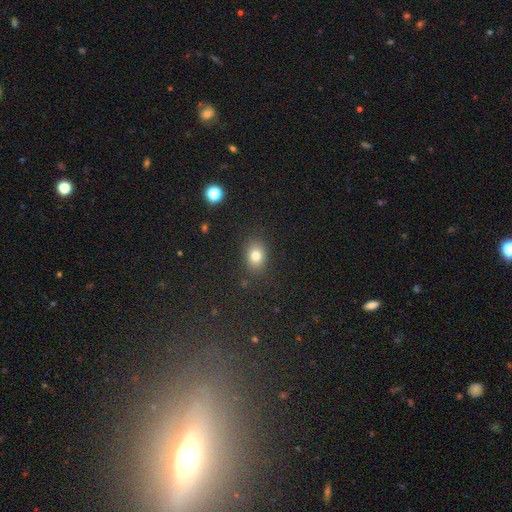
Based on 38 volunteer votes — smooth 89%, star or artifact 8%, featured or disk 3%. Down the decision tree: how rounded — in between (65%); merging — none (94%).